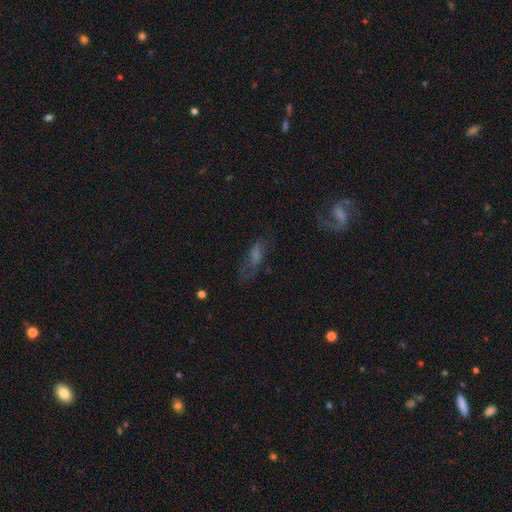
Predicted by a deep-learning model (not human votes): This is possibly a featured or disk galaxy (51%). It is clearly not viewed edge-on (86%). Merging: possibly none (55%).